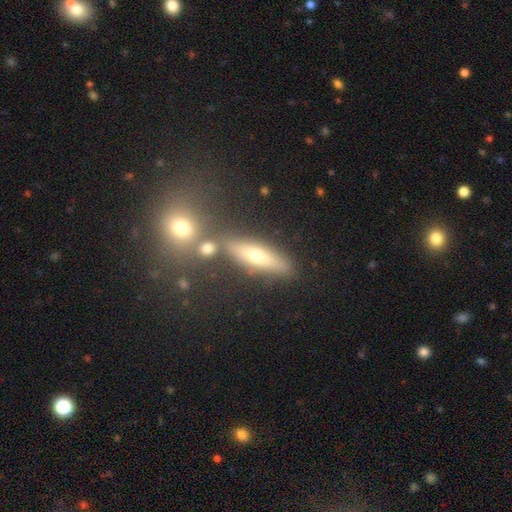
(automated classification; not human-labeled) Morphology: type=smooth (43%, tied with featured or disk); merging=none (67%).